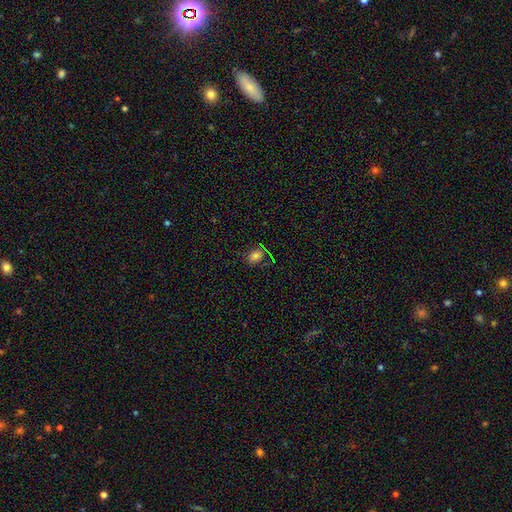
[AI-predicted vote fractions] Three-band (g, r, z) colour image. It shows a smooth galaxy with no disk features (65%) that is in between round and cigar-shaped (67%). Merging: none (75%).